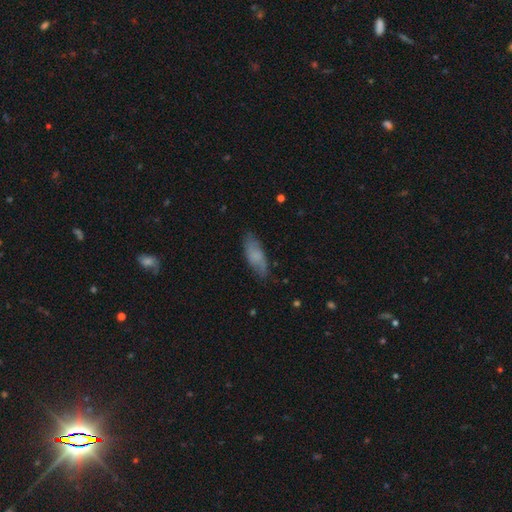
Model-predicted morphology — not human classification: type=smooth (63%); roundness=in between (69%); merging=none (75%).